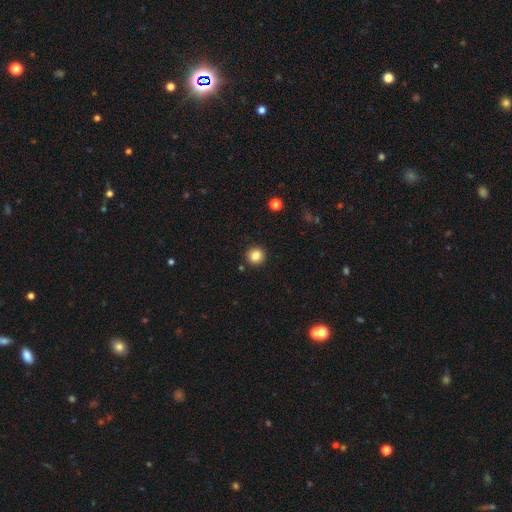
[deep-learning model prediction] smooth_or_featured: smooth (p=0.84) [alt: star or artifact p=0.11]
how_rounded: round (p=0.93) [alt: in between p=0.06]
merging: none (p=0.91) [alt: minor disturbance p=0.06]